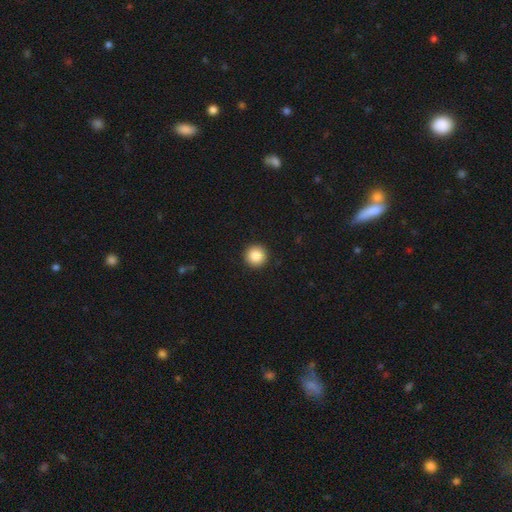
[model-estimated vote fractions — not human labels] Smooth or featured?
  - smooth: 87% *
  - star or artifact: 9%
  - featured or disk: 4%
How rounded?
  - round: 96% *
  - in between: 3%
  - cigar-shaped: 1%
Merging?
  - none: 94% *
  - minor disturbance: 4%
  - major disturbance: 1%
  - merger: 1%